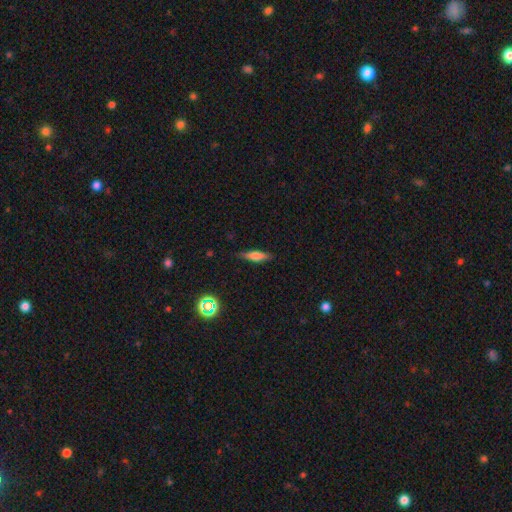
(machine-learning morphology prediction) smooth 63%, featured or disk 28%, star or artifact 9%. Down the decision tree: how rounded — cigar-shaped (59%); merging — none (81%).